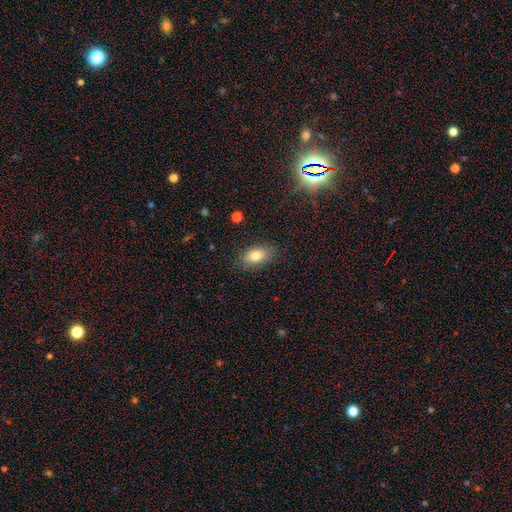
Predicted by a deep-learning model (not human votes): Smooth or featured?
  - smooth: 79% *
  - featured or disk: 12%
  - star or artifact: 9%
How rounded?
  - in between: 87% *
  - round: 9%
  - cigar-shaped: 4%
Merging?
  - none: 81% *
  - minor disturbance: 14%
  - major disturbance: 3%
  - merger: 1%